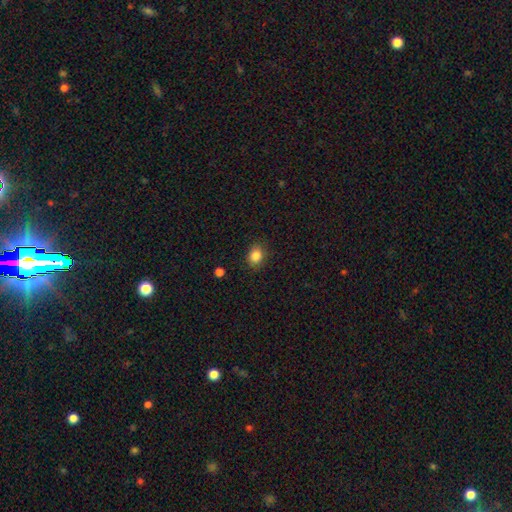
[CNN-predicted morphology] smooth 85%, star or artifact 10%, featured or disk 5%. Down the decision tree: how rounded — round (52%); merging — none (85%).